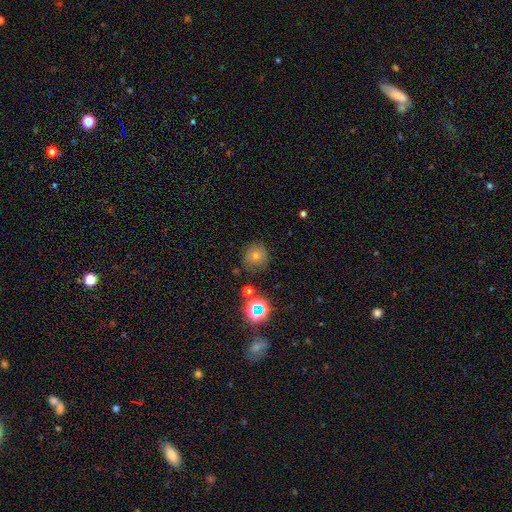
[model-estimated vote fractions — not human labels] Smooth or featured?
  - smooth: 60% *
  - star or artifact: 28%
  - featured or disk: 12%
How rounded?
  - round: 94% *
  - in between: 5%
  - cigar-shaped: 1%
Merging?
  - none: 84% *
  - minor disturbance: 10%
  - major disturbance: 3%
  - merger: 3%